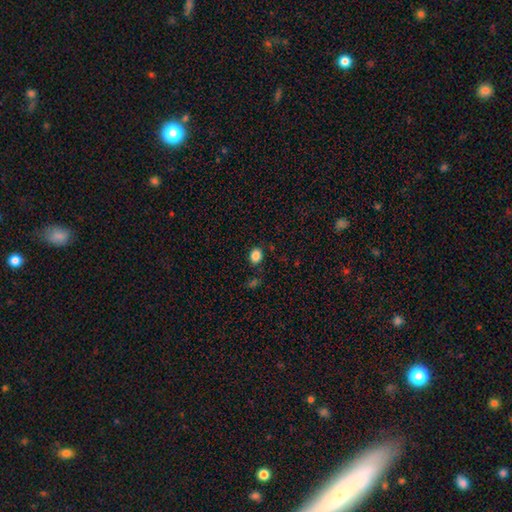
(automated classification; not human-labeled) Smooth or featured?
  - smooth: 85% *
  - star or artifact: 11%
  - featured or disk: 4%
How rounded?
  - round: 50% *
  - in between: 49%
  - cigar-shaped: 1%
Merging?
  - none: 83% *
  - minor disturbance: 11%
  - major disturbance: 3%
  - merger: 3%